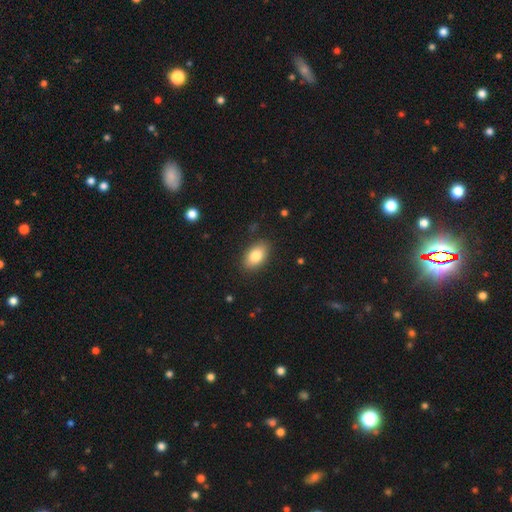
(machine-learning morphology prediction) Q: Smooth or featured?
A: smooth (83%); runner-up: featured or disk (10%)
Q: How rounded?
A: in between (91%); runner-up: round (7%)
Q: Merging?
A: none (87%); runner-up: minor disturbance (10%)